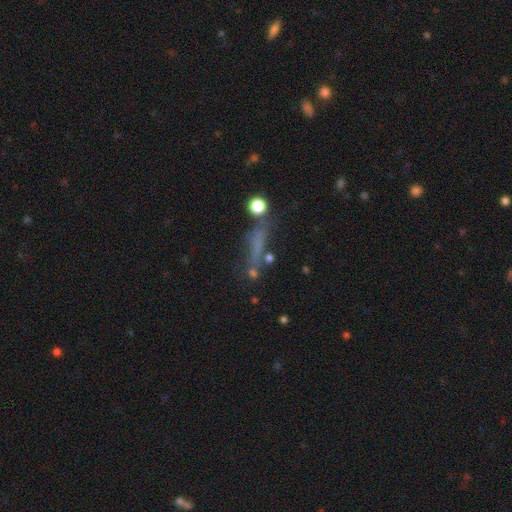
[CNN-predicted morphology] This is marginally a smooth galaxy (42%). Merging: likely none (61%).